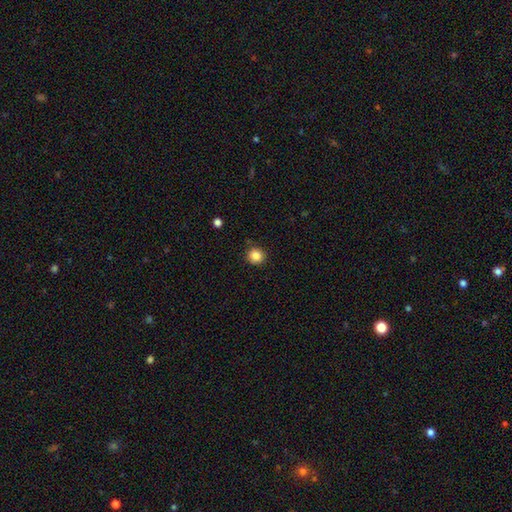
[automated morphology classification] type=smooth (84%); roundness=round (92%); merging=none (89%).